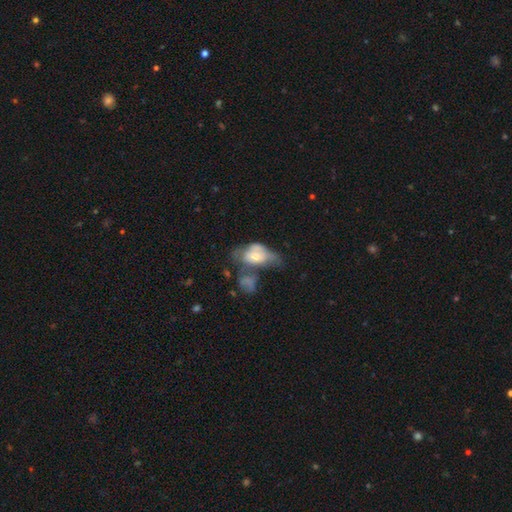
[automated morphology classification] A smooth galaxy with no disk features (54%) that is in between round and cigar-shaped (84%). Merging: merger (37%).